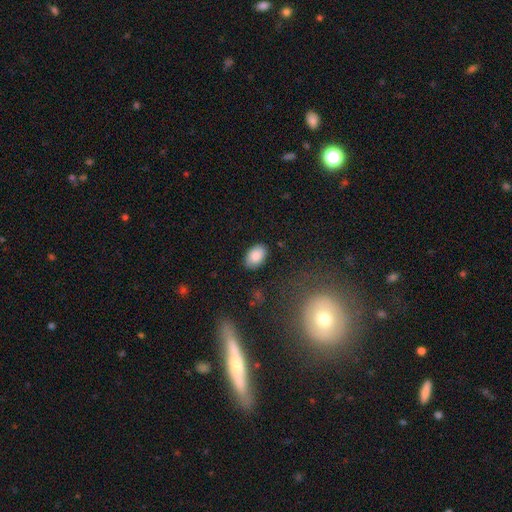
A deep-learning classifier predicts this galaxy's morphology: smooth 86%, star or artifact 8%, featured or disk 7%. Down the decision tree: how rounded — in between (90%); merging — none (86%).